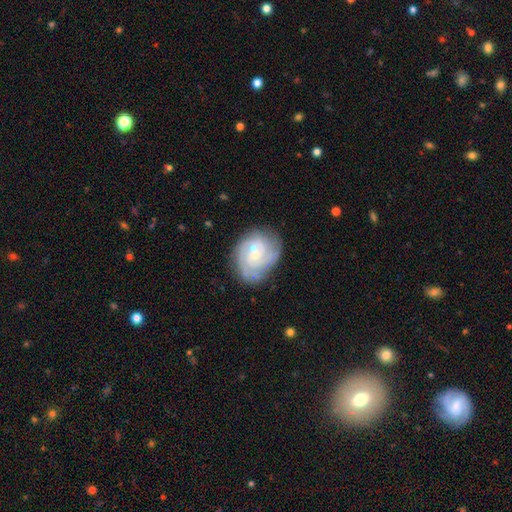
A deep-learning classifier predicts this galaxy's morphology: featured or disk 79%, smooth 14%, star or artifact 6%. Down the decision tree: edge-on disk — no (97%); bar — no (58%); spiral arms — yes (93%); spiral arm count — can't tell (36%); spiral winding — tight (69%); bulge size — small (68%); merging — none (69%).